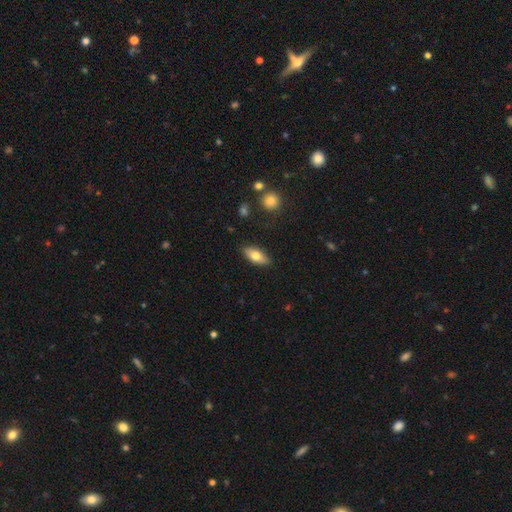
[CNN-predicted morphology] This is likely a smooth galaxy (72%). How rounded: clearly in between (82%). Merging: clearly none (86%).